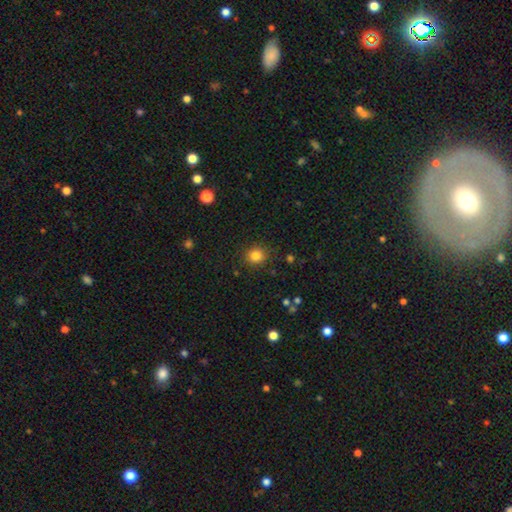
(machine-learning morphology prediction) type=smooth (83%); roundness=round (85%); merging=none (88%).